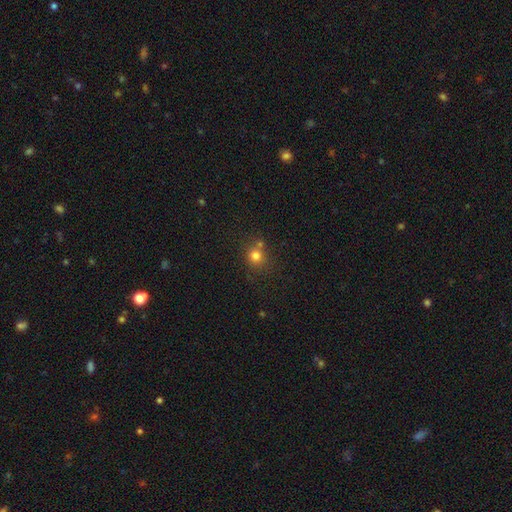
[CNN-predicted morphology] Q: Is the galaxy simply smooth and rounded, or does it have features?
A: smooth — 77%.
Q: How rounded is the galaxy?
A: round — 85%.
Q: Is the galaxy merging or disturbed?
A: none — 67%.